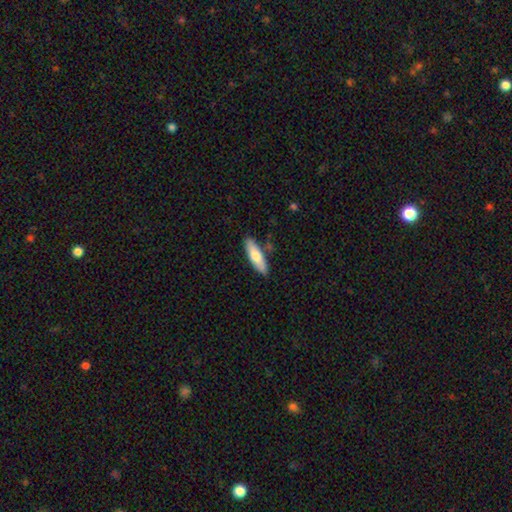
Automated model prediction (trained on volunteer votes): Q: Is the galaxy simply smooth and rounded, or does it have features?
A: smooth — 71%.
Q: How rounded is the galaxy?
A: cigar-shaped — 55%.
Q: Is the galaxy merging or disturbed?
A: none — 84%.